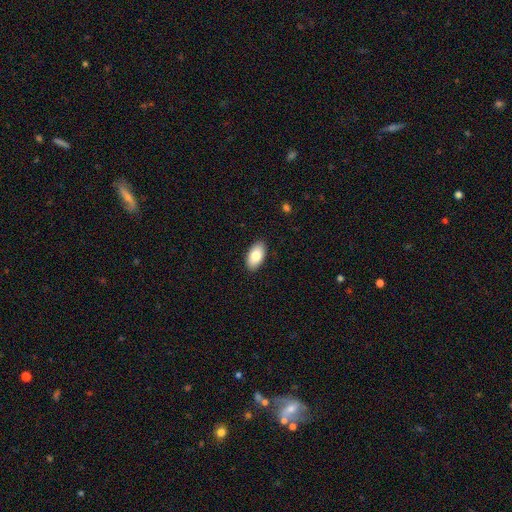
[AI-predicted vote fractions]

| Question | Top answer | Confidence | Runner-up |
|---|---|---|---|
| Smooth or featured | smooth | 84% | featured or disk (10%) |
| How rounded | in between | 95% | round (3%) |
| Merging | none | 89% | minor disturbance (8%) |